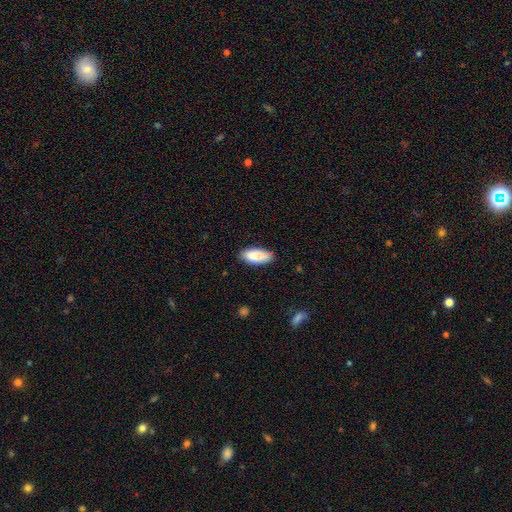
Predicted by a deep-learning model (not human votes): Smooth or featured? smooth (84%)
How rounded? in between (83%)
Merging? none (77%)